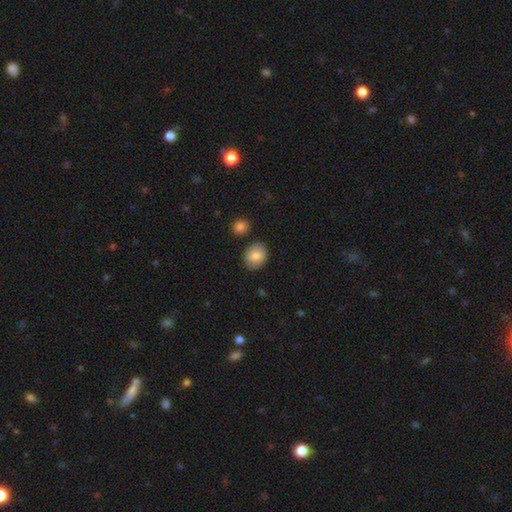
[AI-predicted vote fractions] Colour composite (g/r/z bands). It shows a smooth galaxy with no disk features (83%) that is round (50%). Merging: none (82%).